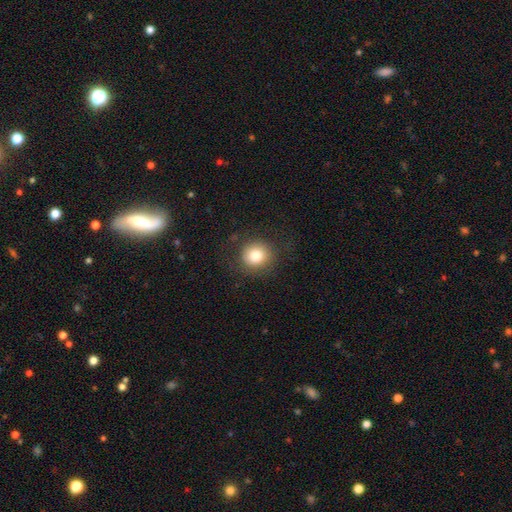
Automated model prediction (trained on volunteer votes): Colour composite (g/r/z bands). It shows a smooth galaxy with no disk features (81%) that is round (89%). Merging: none (83%).